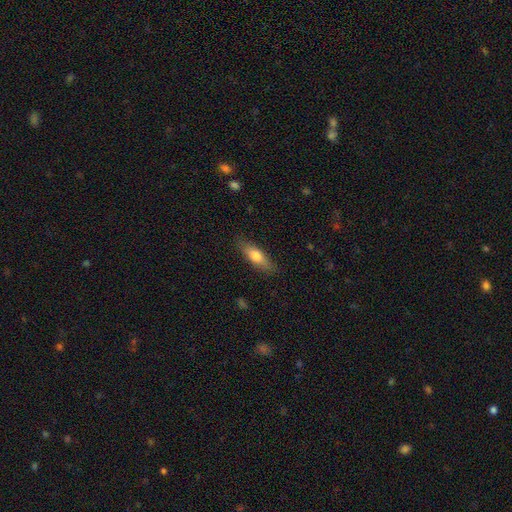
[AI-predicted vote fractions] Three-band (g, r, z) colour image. It shows a smooth galaxy with no disk features (72%) that is in between round and cigar-shaped (55%). Merging: none (83%).